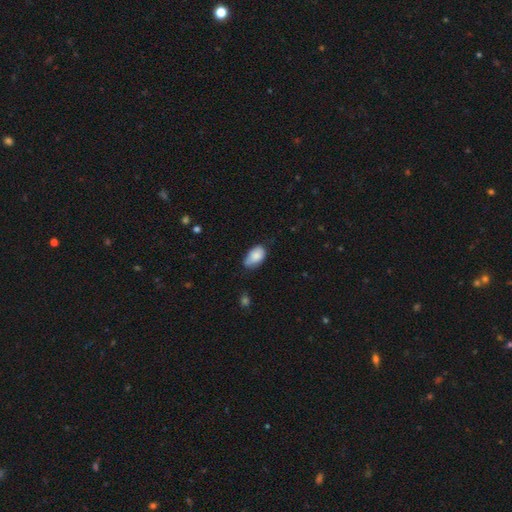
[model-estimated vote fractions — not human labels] Smooth or featured? smooth (84%)
How rounded? in between (92%)
Merging? none (53%)